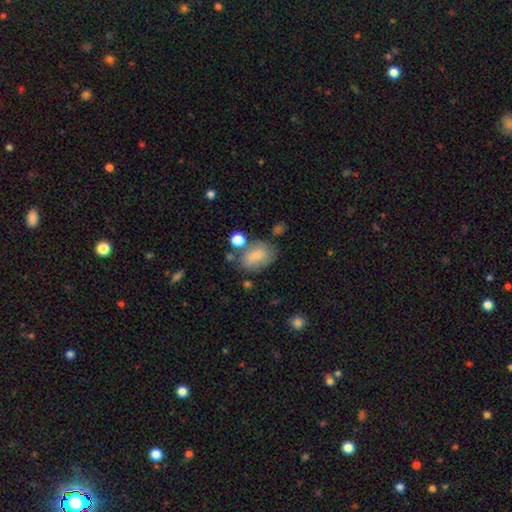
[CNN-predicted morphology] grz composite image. It shows a smooth galaxy with no disk features (79%) that is in between round and cigar-shaped (79%). Merging: none (62%).